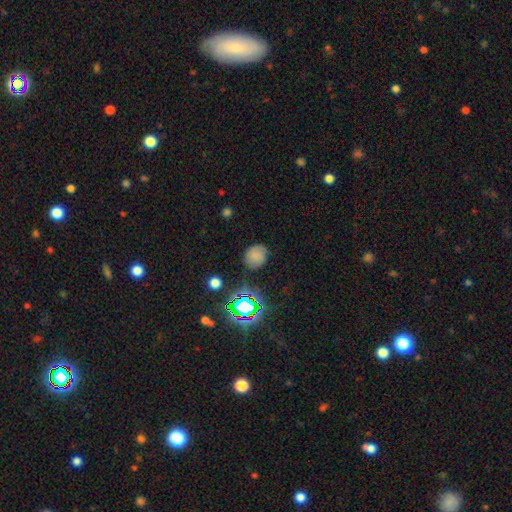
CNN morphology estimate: A smooth galaxy with no disk features (73%) that is round (72%).

Vote fractions:
- Smooth or featured? smooth: 73% / star or artifact: 18% / featured or disk: 9%
- How rounded? round: 72% / in between: 27% / cigar-shaped: 1%
- Merging? none: 77% / minor disturbance: 16% / major disturbance: 4% / merger: 2%